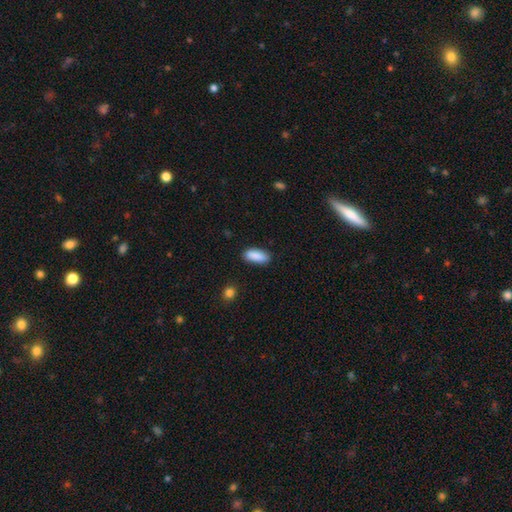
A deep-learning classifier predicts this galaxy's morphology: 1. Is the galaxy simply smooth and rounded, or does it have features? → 89% smooth, 7% star or artifact, 4% featured or disk.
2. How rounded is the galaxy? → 78% in between, 20% cigar-shaped, 2% round.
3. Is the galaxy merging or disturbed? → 86% none, 10% minor disturbance, 2% major disturbance, 1% merger.